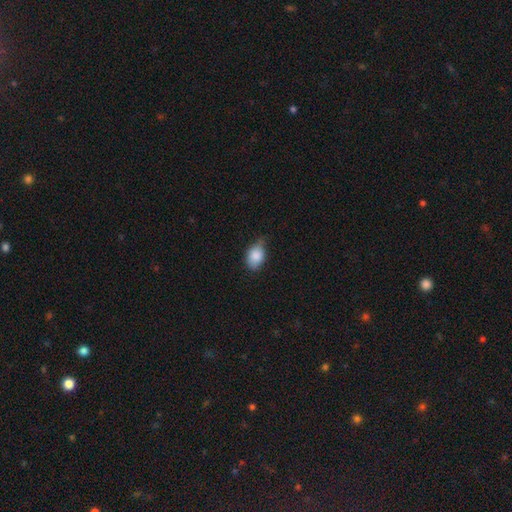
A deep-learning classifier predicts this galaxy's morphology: Smooth or featured: smooth — 85% (featured or disk — 8%)
How rounded: in between — 79% (round — 20%)
Merging: minor disturbance — 46% (none — 44%)